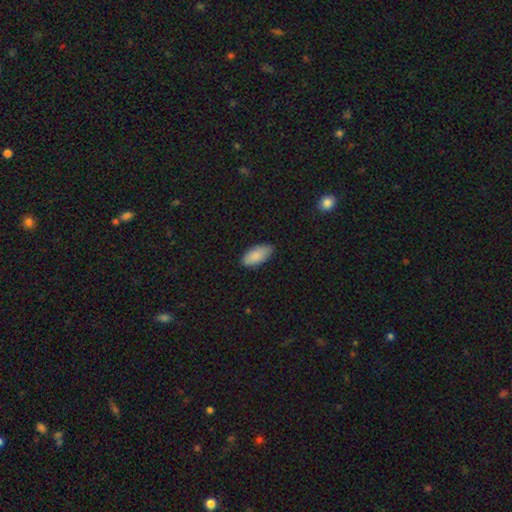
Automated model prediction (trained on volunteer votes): A smooth galaxy with no disk features (87%) that is in between round and cigar-shaped (90%). Merging: none (81%).